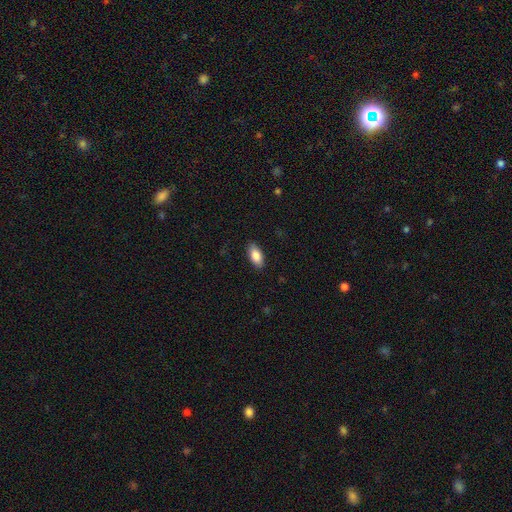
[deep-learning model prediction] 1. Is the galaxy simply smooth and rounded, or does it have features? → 86% smooth, 8% featured or disk, 6% star or artifact.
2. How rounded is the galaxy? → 90% in between, 7% cigar-shaped, 3% round.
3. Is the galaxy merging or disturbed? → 88% none, 9% minor disturbance, 2% major disturbance, 1% merger.